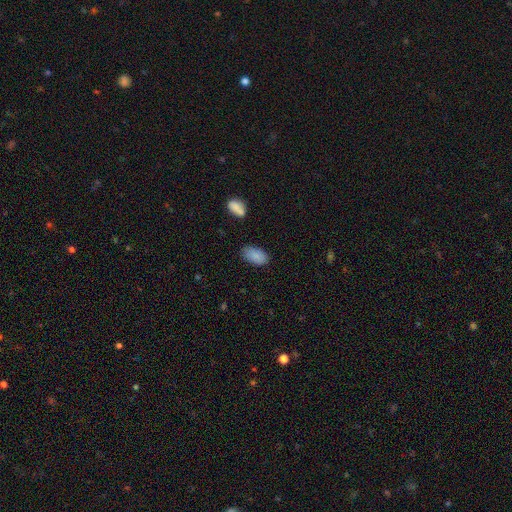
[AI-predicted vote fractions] A smooth galaxy with no disk features (87%) that is in between round and cigar-shaped (94%).

Vote fractions:
- Smooth or featured? smooth: 87% / star or artifact: 7% / featured or disk: 5%
- How rounded? in between: 94% / round: 4% / cigar-shaped: 2%
- Merging? none: 79% / minor disturbance: 16% / major disturbance: 3% / merger: 2%